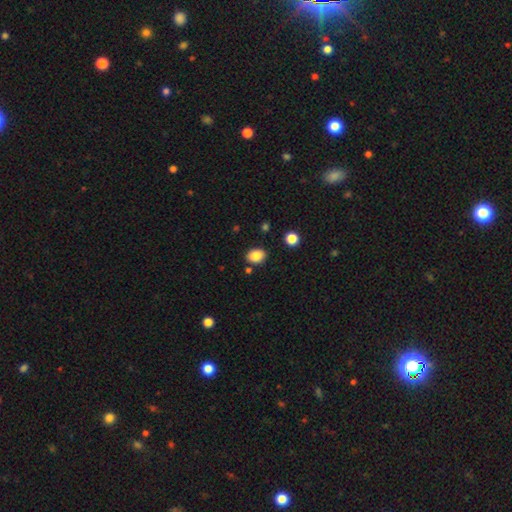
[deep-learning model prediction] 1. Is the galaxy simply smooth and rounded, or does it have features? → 85% smooth, 9% star or artifact, 5% featured or disk.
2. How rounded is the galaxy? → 63% in between, 36% round, 1% cigar-shaped.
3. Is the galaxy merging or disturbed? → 84% none, 10% minor disturbance, 4% merger, 2% major disturbance.